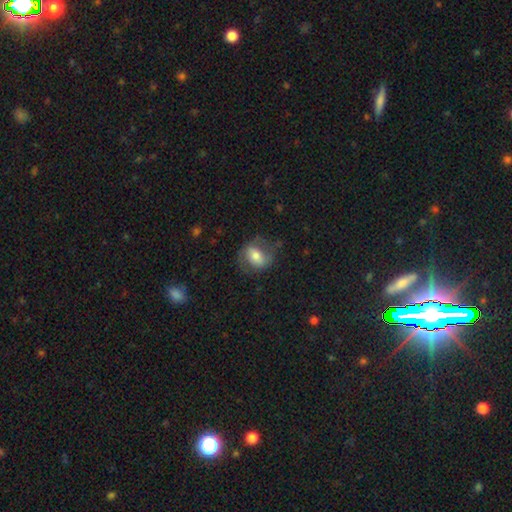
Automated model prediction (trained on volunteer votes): This is possibly a smooth galaxy (51%). How rounded: possibly in between (59%). Merging: likely none (62%).